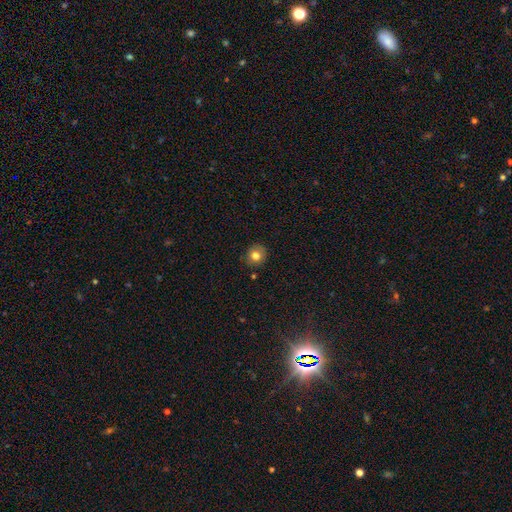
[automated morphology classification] A smooth galaxy with no disk features (77%) that is round (85%).

Vote fractions:
- Smooth or featured? smooth: 77% / featured or disk: 12% / star or artifact: 11%
- How rounded? round: 85% / in between: 14% / cigar-shaped: 1%
- Merging? none: 85% / minor disturbance: 11% / major disturbance: 2% / merger: 2%